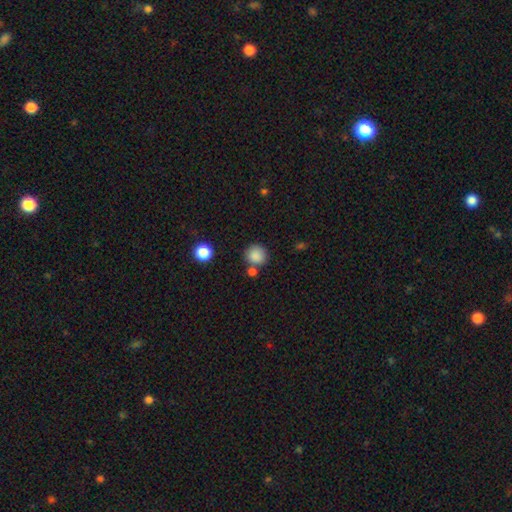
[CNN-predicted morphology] smooth 86%, star or artifact 10%, featured or disk 5%. Down the decision tree: how rounded — round (89%); merging — none (71%).